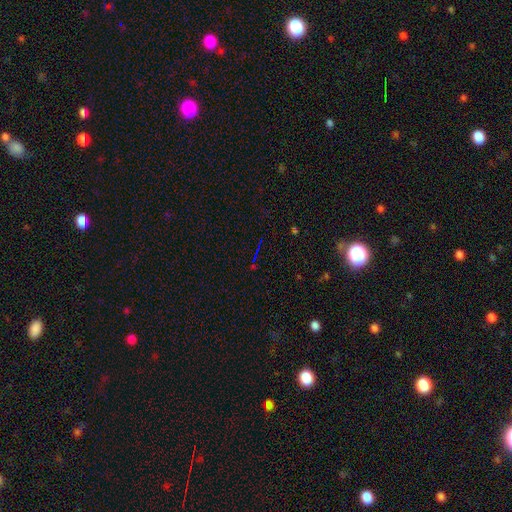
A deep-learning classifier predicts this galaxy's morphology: Smooth or featured? star or artifact (72%)